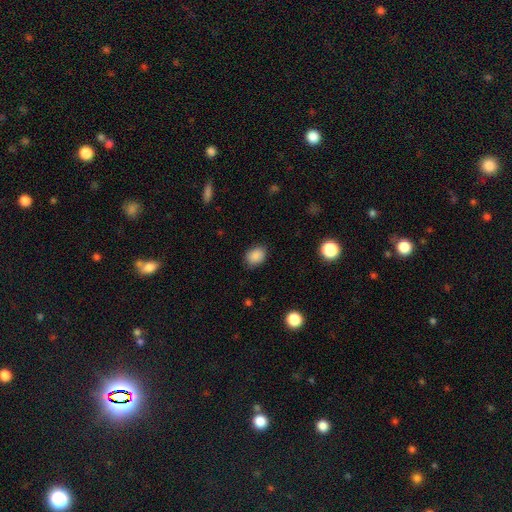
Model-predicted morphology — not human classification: Smooth or featured?
  - smooth: 87% *
  - star or artifact: 9%
  - featured or disk: 4%
How rounded?
  - in between: 60% *
  - round: 39%
  - cigar-shaped: 1%
Merging?
  - none: 84% *
  - minor disturbance: 12%
  - major disturbance: 3%
  - merger: 1%